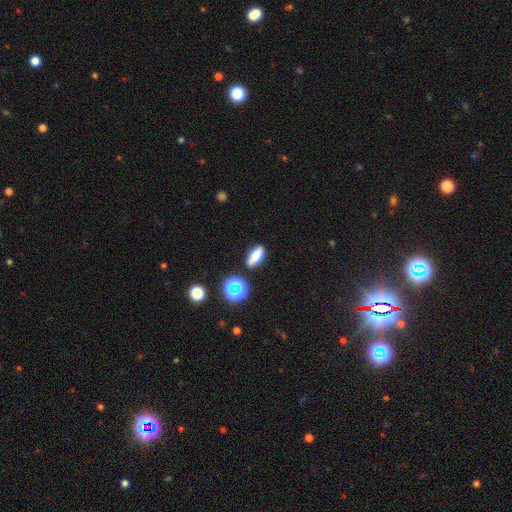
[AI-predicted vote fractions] This is likely a smooth galaxy (71%). How rounded: likely in between (72%). Merging: clearly none (82%).